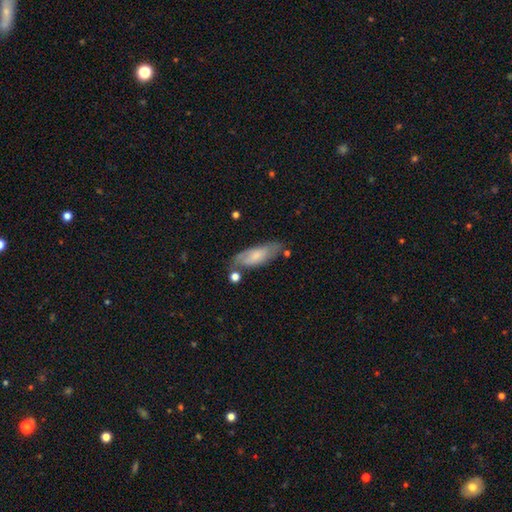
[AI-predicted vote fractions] This appears to be a smooth galaxy with no disk features (58%) that is in between round and cigar-shaped (66%). Merging: none (62%).